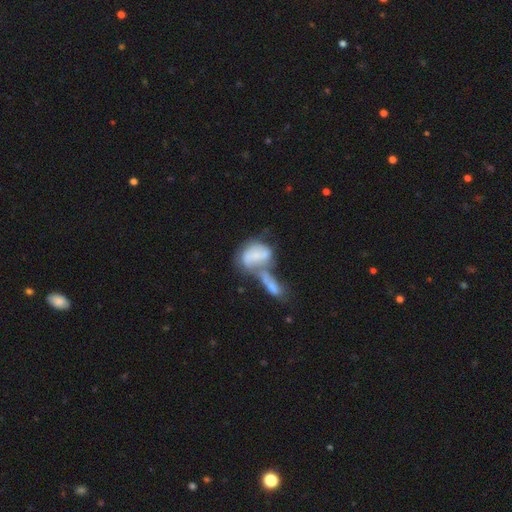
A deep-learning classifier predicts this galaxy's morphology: smooth 52%, featured or disk 39%, star or artifact 8%. Down the decision tree: how rounded — in between (80%); merging — merger (67%).